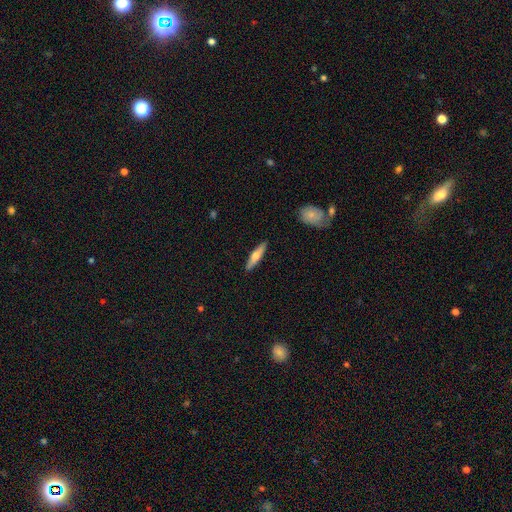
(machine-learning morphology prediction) Q: Smooth or featured?
A: smooth (51%); runner-up: featured or disk (44%)
Q: How rounded?
A: cigar-shaped (80%); runner-up: in between (18%)
Q: Merging?
A: none (90%); runner-up: minor disturbance (7%)